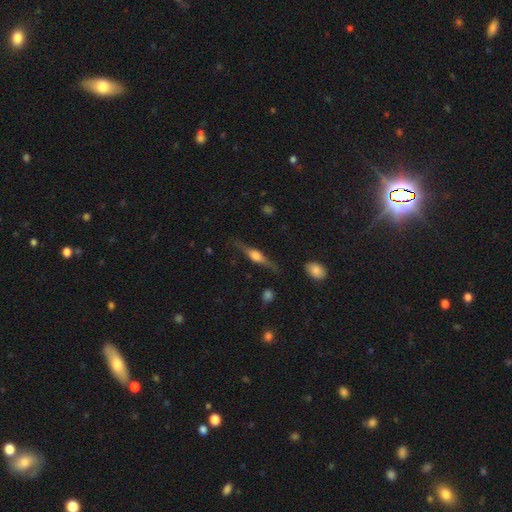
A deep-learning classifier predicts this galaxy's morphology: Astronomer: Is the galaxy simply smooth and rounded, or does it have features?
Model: featured or disk — 76%.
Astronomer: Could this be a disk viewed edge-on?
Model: yes — 97%.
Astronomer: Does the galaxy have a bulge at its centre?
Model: rounded — 86%.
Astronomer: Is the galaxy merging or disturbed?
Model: none — 84%.